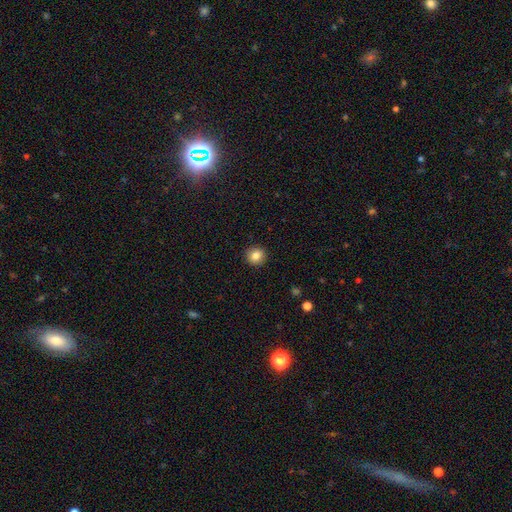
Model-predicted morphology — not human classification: smooth-or-featured: smooth: 83% | star or artifact: 10% | featured or disk: 7%
  how-rounded: round: 92% | in between: 7% | cigar-shaped: 1%
  merging: none: 93% | minor disturbance: 5% | major disturbance: 2% | merger: 1%